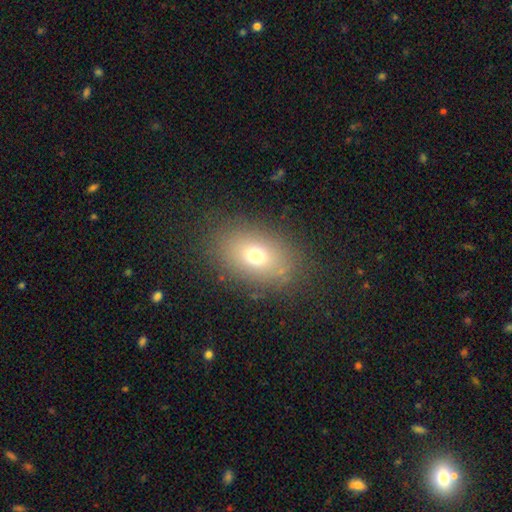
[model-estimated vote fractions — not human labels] smooth_or_featured: smooth (p=0.71) [alt: featured or disk p=0.15]
how_rounded: in between (p=0.77) [alt: round p=0.22]
merging: none (p=0.83) [alt: minor disturbance p=0.10]